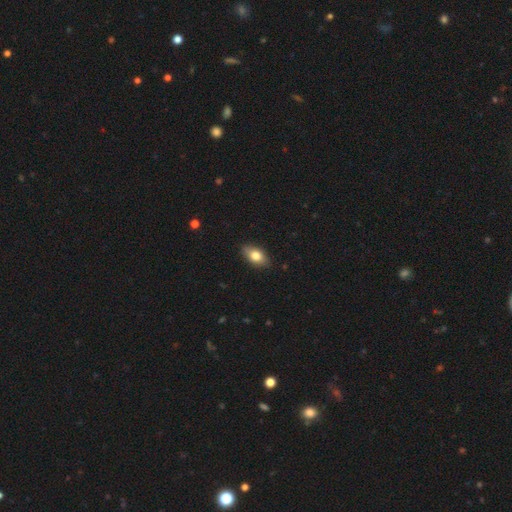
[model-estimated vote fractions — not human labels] smooth_or_featured: smooth (p=0.78) [alt: featured or disk p=0.15]
how_rounded: in between (p=0.89) [alt: round p=0.06]
merging: none (p=0.86) [alt: minor disturbance p=0.11]